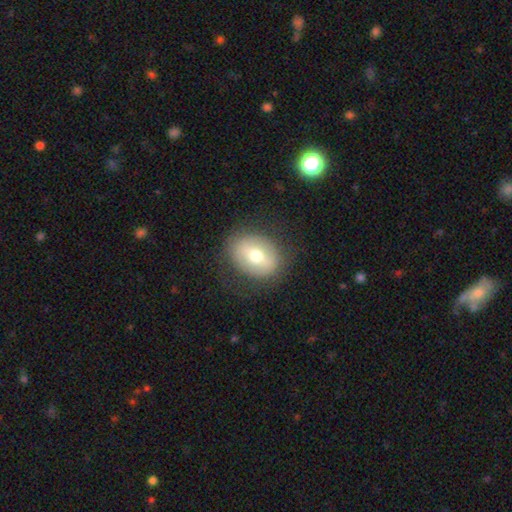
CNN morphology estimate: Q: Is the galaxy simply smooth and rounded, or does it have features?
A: smooth — 57%.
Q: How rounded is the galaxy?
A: in between — 57%.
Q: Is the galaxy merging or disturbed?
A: none — 81%.